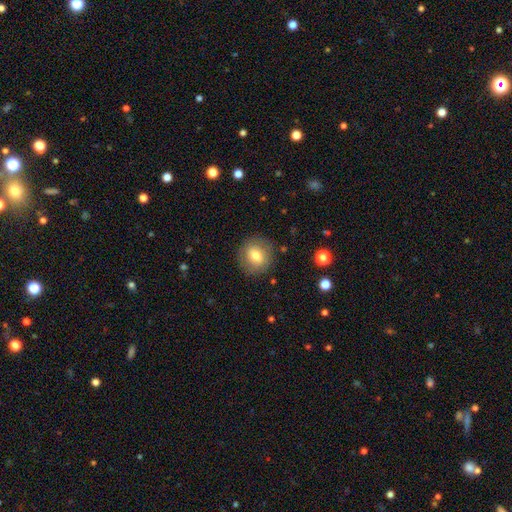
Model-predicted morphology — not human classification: smooth-or-featured: smooth: 72% | featured or disk: 19% | star or artifact: 9%
  how-rounded: round: 86% | in between: 13% | cigar-shaped: 1%
  merging: none: 85% | minor disturbance: 10% | major disturbance: 4% | merger: 1%